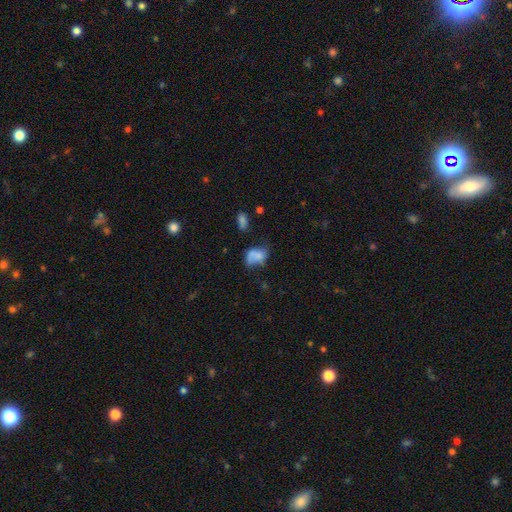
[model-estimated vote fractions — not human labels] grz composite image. It shows a smooth galaxy with no disk features (65%) that is in between round and cigar-shaped (78%). Merging: none (31%).